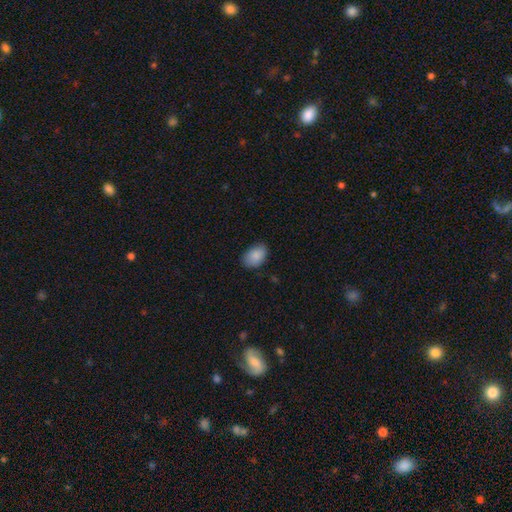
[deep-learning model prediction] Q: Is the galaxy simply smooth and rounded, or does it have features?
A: smooth — 88%.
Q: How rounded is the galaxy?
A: in between — 87%.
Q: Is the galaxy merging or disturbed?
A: none — 81%.